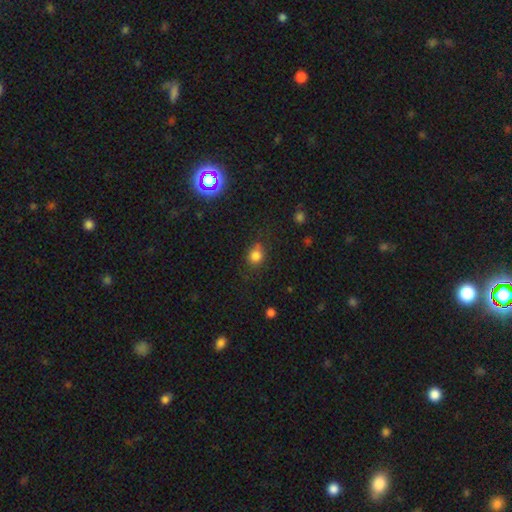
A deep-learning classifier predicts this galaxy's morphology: A smooth galaxy with no disk features (79%) that is round (66%). Merging: none (69%).